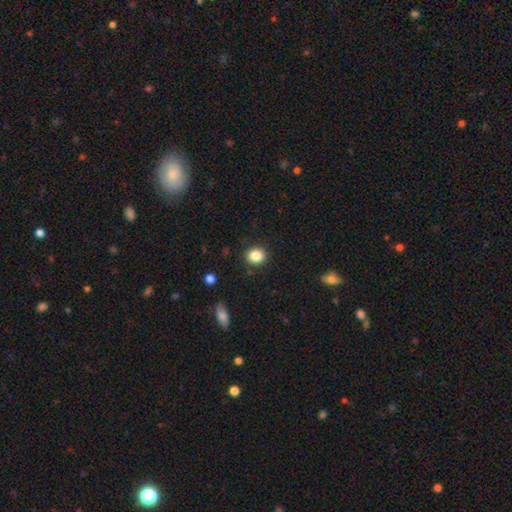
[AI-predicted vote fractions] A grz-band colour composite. It shows a smooth galaxy with no disk features (86%) that is round (73%). Merging: none (88%).